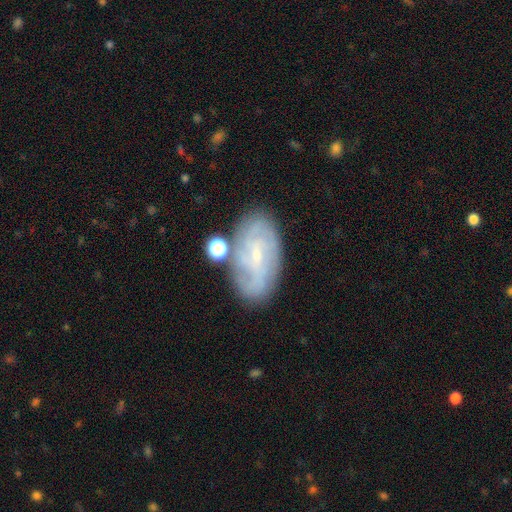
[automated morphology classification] This is likely a featured or disk galaxy (73%). It is clearly not viewed edge-on (95%). Bar: possibly weak (47%). Spiral arm pattern: clearly yes (89%). Spiral arm count: marginally can't tell (39%). Spiral winding: possibly tight (50%). Central bulge: likely small (79%). Merging: likely none (70%).